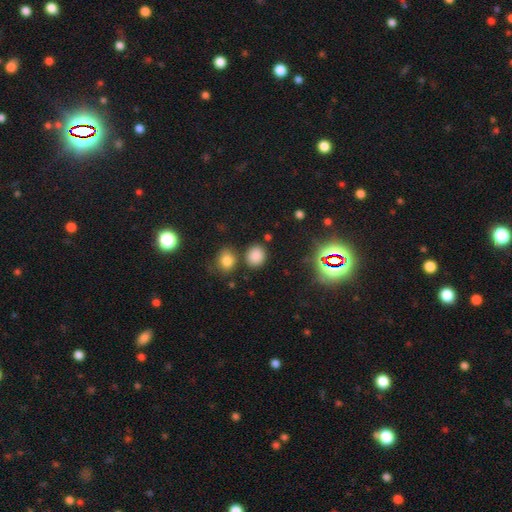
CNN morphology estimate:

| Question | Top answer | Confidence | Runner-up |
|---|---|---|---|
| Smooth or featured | smooth | 80% | star or artifact (16%) |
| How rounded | round | 66% | in between (32%) |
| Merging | none | 78% | minor disturbance (10%) |